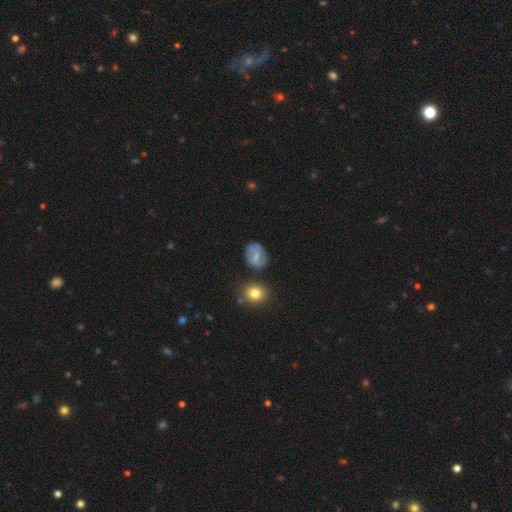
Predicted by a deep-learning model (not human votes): smooth-or-featured: smooth: 52% | featured or disk: 39% | star or artifact: 9%
  how-rounded: in between: 61% | round: 38% | cigar-shaped: 1%
  merging: none: 69% | minor disturbance: 21% | major disturbance: 7% | merger: 4%